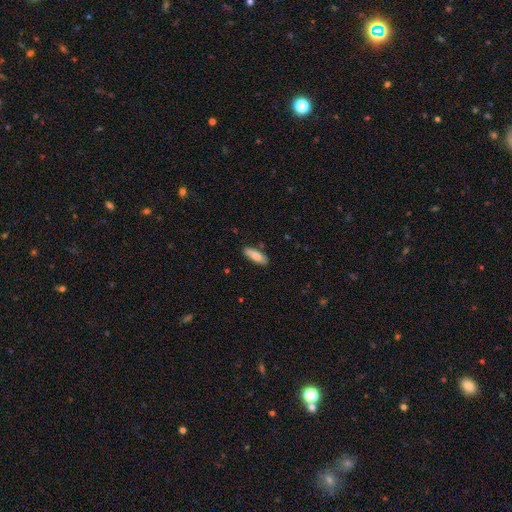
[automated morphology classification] Overall: smooth (83%). How rounded: in between (63%; cigar-shaped 35%). Merging: none (83%).